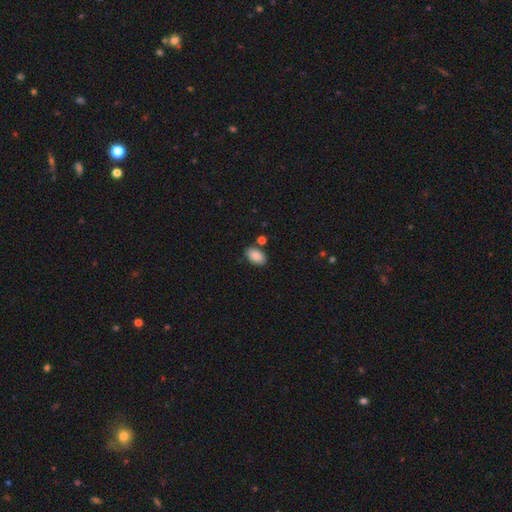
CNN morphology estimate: Smooth or featured: smooth — 89% (star or artifact — 7%)
How rounded: in between — 92% (round — 7%)
Merging: none — 79% (minor disturbance — 12%)